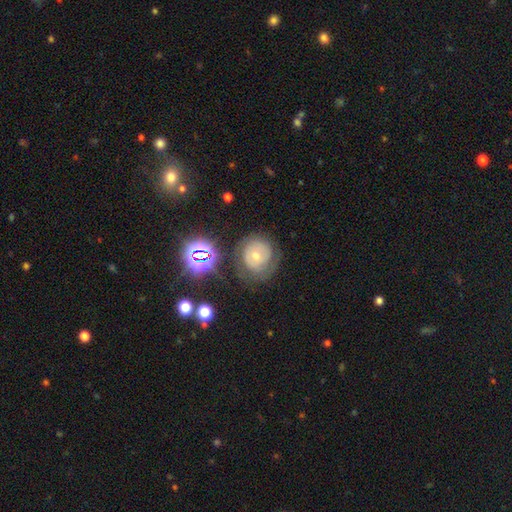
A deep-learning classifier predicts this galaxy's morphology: featured or disk 62%, smooth 21%, star or artifact 17%. Down the decision tree: edge-on disk — no (97%); bar — no (76%); spiral arms — yes (82%); bulge size — small (57%); merging — none (68%).